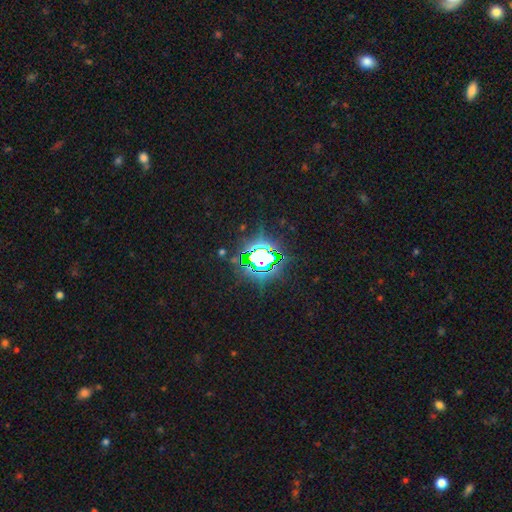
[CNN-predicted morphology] A star or artifact, not a galaxy (79%).